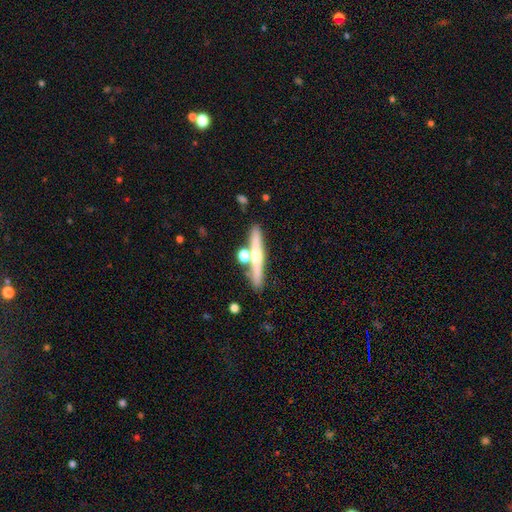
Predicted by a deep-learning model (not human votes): A featured or disk galaxy (53%) viewed edge-on (94%) with a rounded central bulge (84%).

Vote fractions:
- Smooth or featured? featured or disk: 53% / smooth: 38% / star or artifact: 8%
- Edge-on disk? yes: 94% / no: 6%
- Edge-on bulge? rounded: 84% / none: 12% / boxy: 4%
- Merging? none: 73% / merger: 14% / minor disturbance: 10% / major disturbance: 3%